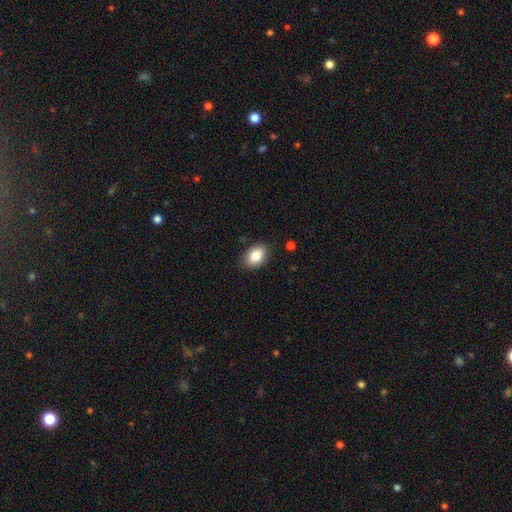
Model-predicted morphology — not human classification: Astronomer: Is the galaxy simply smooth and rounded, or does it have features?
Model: smooth — 83%.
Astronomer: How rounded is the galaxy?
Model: in between — 78%.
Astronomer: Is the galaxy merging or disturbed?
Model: none — 86%.